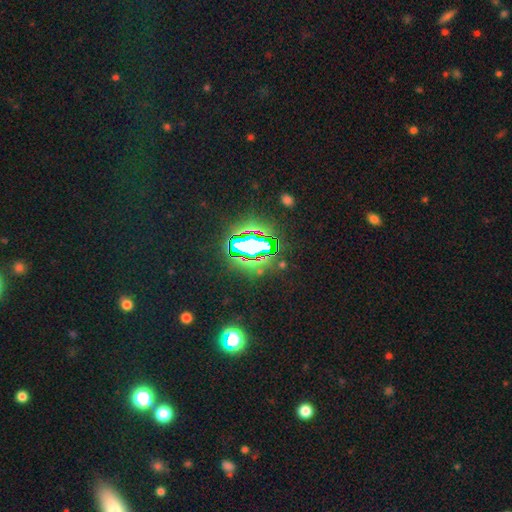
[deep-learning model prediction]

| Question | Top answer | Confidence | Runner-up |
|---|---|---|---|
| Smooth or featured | star or artifact | 79% | smooth (13%) |